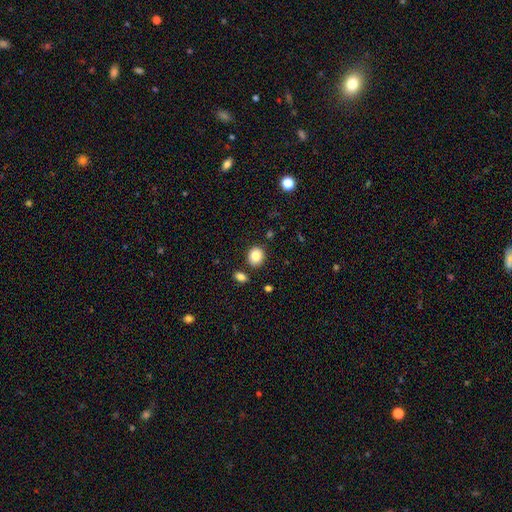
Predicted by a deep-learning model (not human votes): Overall: smooth (85%). How rounded: round (64%; in between 35%). Merging: none (83%).